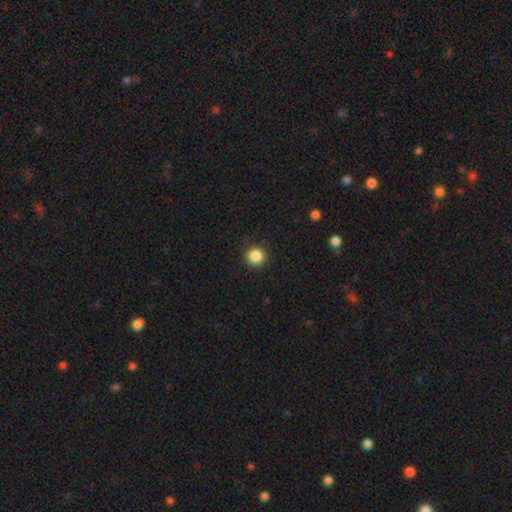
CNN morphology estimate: Q: Smooth or featured?
A: smooth (86%); runner-up: star or artifact (10%)
Q: How rounded?
A: round (94%); runner-up: in between (5%)
Q: Merging?
A: none (91%); runner-up: minor disturbance (6%)